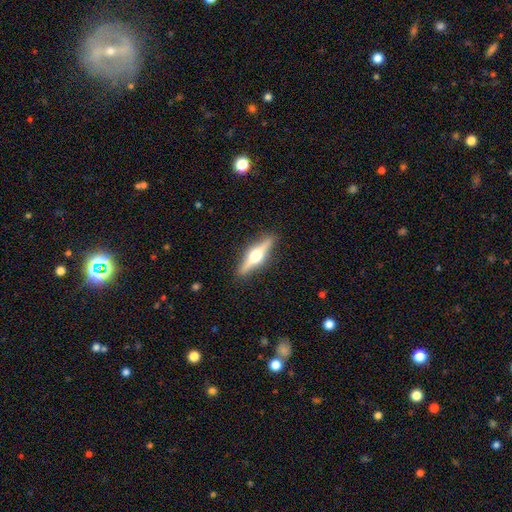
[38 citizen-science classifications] Overall: featured or disk (74%). Edge-on disk: yes (96%). Edge-on bulge: rounded (89%). Merging: none (92%).